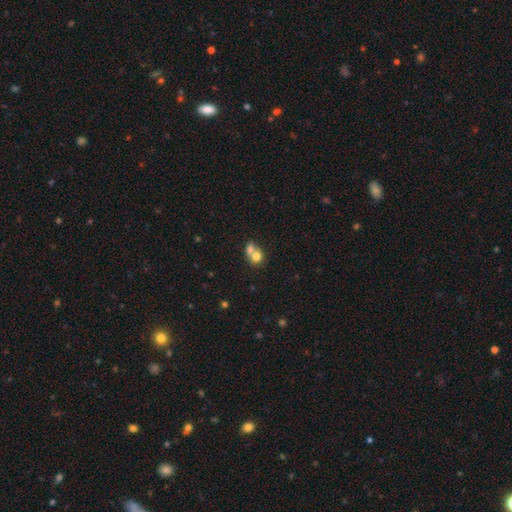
Overall: smooth (78%). How rounded: round (66%; in between 34%). Merging: merger (58%; none 28%).